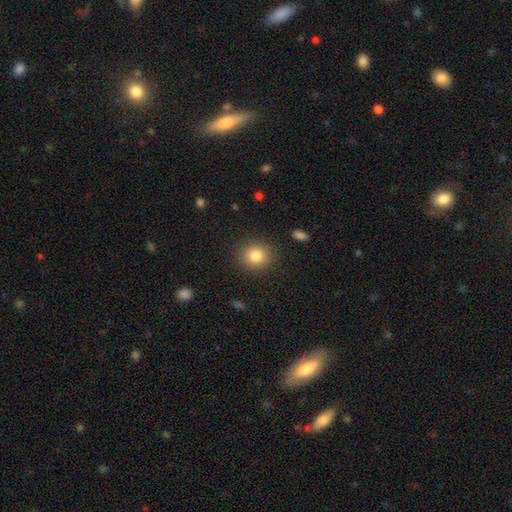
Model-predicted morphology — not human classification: smooth-or-featured: smooth: 83% | star or artifact: 10% | featured or disk: 7%
  how-rounded: round: 86% | in between: 13% | cigar-shaped: 1%
  merging: none: 89% | minor disturbance: 7% | major disturbance: 3% | merger: 1%